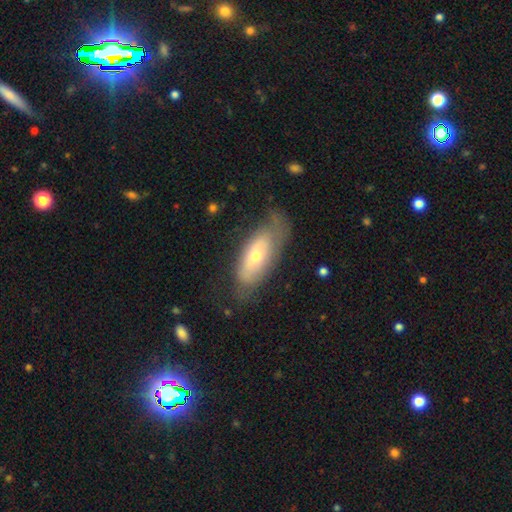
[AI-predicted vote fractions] Smooth or featured: smooth — 47% (featured or disk — 46%)
Merging: none — 56% (minor disturbance — 28%)